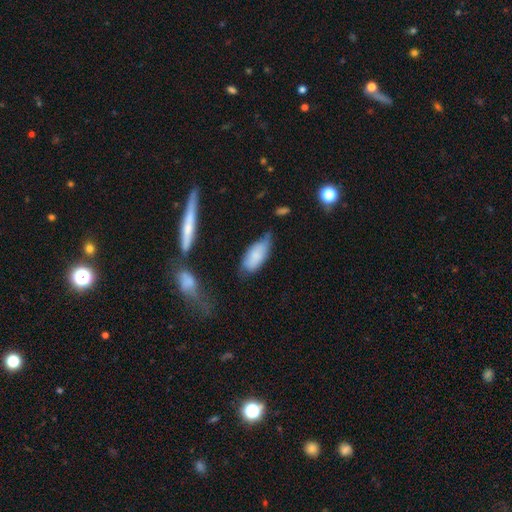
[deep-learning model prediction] smooth-or-featured: smooth: 77% | featured or disk: 16% | star or artifact: 7%
  how-rounded: in between: 86% | cigar-shaped: 11% | round: 2%
  merging: none: 43% | minor disturbance: 41% | major disturbance: 11% | merger: 5%